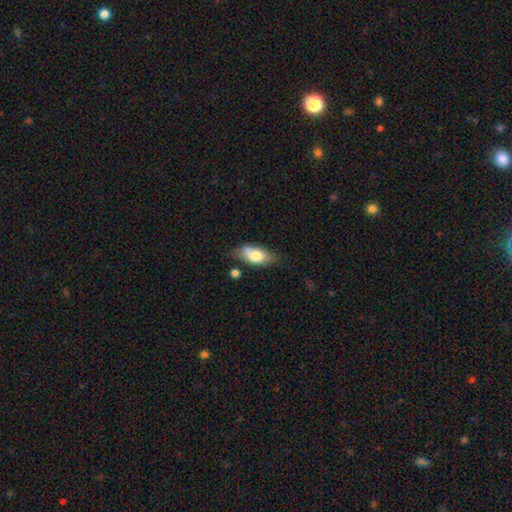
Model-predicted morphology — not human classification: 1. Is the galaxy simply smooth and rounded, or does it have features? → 73% smooth, 20% featured or disk, 7% star or artifact.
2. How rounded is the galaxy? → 86% in between, 10% cigar-shaped, 4% round.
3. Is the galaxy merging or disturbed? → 65% none, 24% minor disturbance, 6% merger, 6% major disturbance.